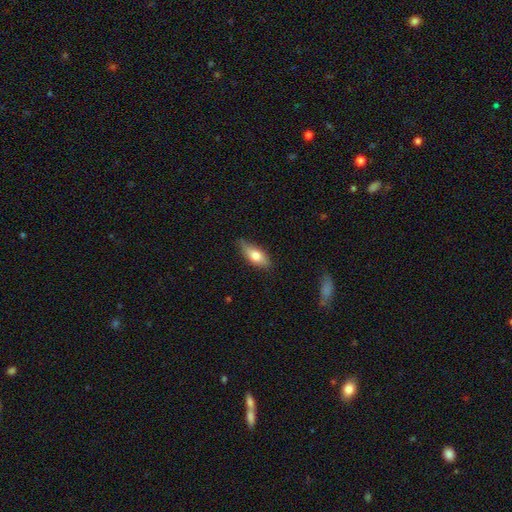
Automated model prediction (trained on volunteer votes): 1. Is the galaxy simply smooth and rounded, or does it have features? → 73% smooth, 21% featured or disk, 6% star or artifact.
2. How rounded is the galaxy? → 79% in between, 18% cigar-shaped, 3% round.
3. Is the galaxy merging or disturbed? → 70% none, 24% minor disturbance, 4% major disturbance, 2% merger.